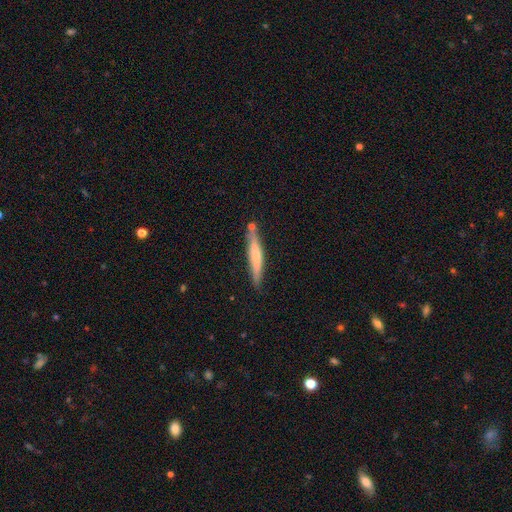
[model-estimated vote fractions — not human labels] This appears to be a smooth galaxy with no disk features (57%) that is cigar-shaped (94%). Merging: none (76%).